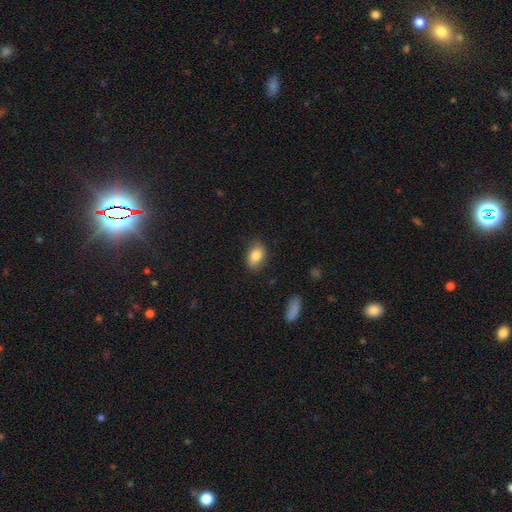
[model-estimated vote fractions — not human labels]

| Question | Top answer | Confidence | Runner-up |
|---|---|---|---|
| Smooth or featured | smooth | 84% | featured or disk (8%) |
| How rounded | in between | 84% | round (15%) |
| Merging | none | 83% | minor disturbance (13%) |